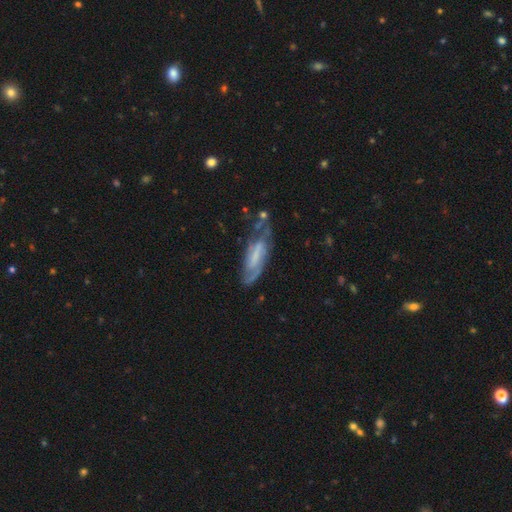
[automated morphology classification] featured or disk 69%, smooth 23%, star or artifact 7%. Down the decision tree: edge-on disk — no (82%); bar — weak (38%); spiral arms — yes (82%); bulge size — none (42%); merging — none (52%).